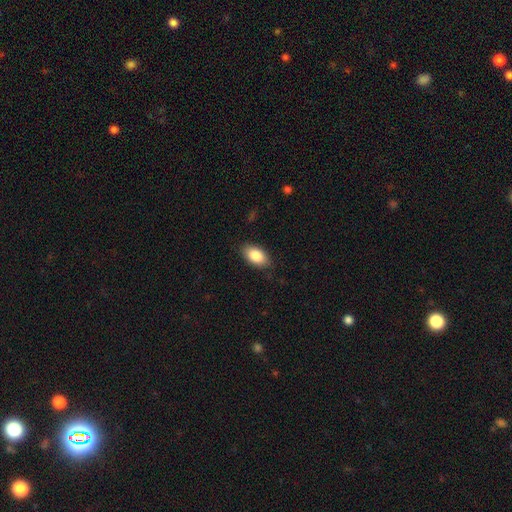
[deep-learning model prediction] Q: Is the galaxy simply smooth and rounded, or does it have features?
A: smooth — 85%.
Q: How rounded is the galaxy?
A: in between — 93%.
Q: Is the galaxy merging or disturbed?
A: none — 85%.